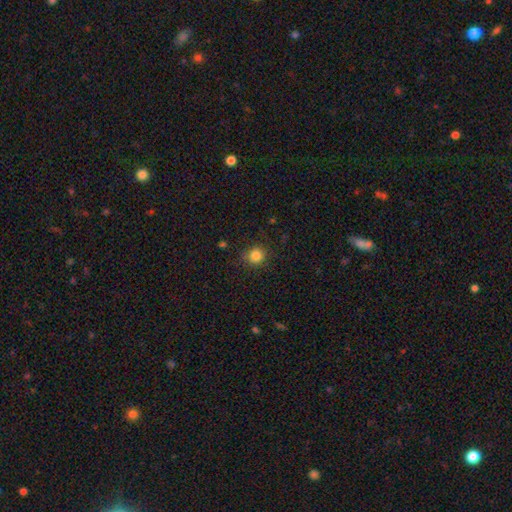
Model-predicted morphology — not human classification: smooth_or_featured: smooth (p=0.83) [alt: star or artifact p=0.12]
how_rounded: round (p=0.89) [alt: in between p=0.11]
merging: none (p=0.84) [alt: minor disturbance p=0.12]